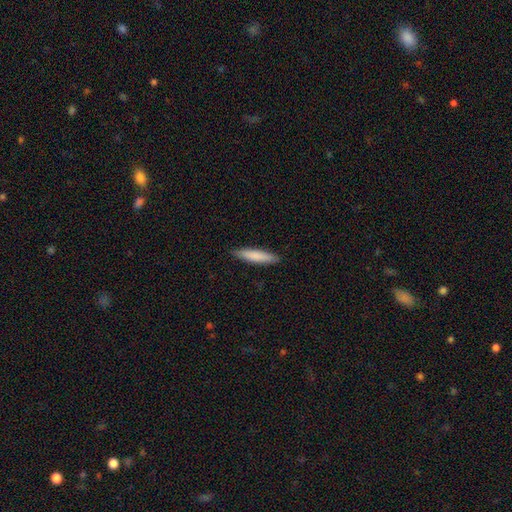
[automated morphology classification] Overall: smooth (82%). How rounded: cigar-shaped (84%). Merging: none (89%).